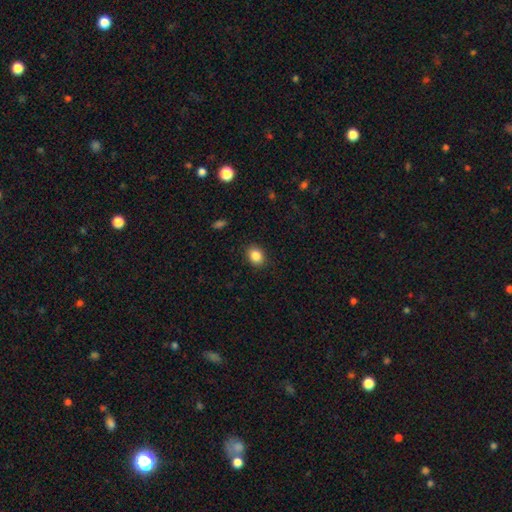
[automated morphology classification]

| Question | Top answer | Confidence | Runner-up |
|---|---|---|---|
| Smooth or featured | smooth | 86% | star or artifact (9%) |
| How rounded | in between | 51% | round (48%) |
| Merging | none | 89% | minor disturbance (8%) |